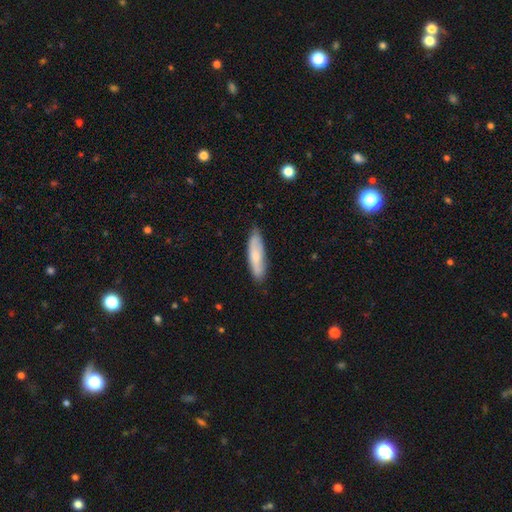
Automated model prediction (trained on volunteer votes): smooth-or-featured: smooth: 68% | featured or disk: 26% | star or artifact: 6%
  how-rounded: cigar-shaped: 70% | in between: 28% | round: 2%
  merging: none: 79% | minor disturbance: 17% | major disturbance: 3% | merger: 1%